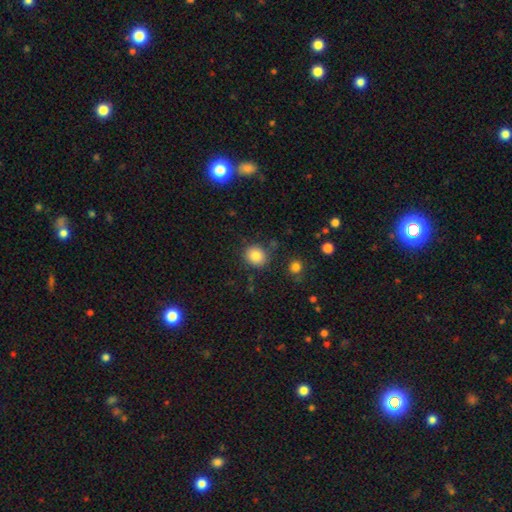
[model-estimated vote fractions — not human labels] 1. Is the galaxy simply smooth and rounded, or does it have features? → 85% smooth, 10% star or artifact, 5% featured or disk.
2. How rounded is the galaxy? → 84% round, 16% in between, 1% cigar-shaped.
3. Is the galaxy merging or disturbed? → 84% none, 10% minor disturbance, 3% merger, 3% major disturbance.